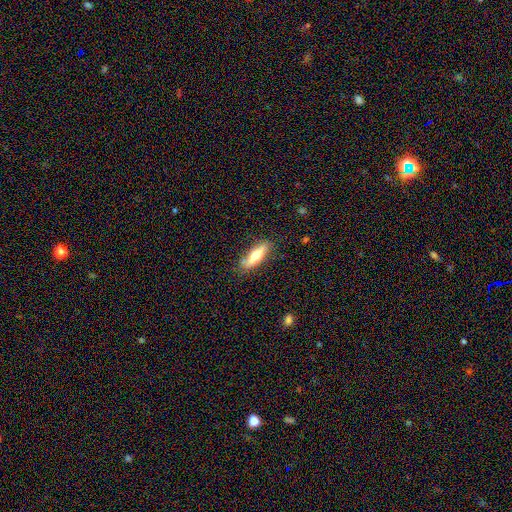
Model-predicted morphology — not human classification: A smooth galaxy with no disk features (59%) that is cigar-shaped (56%). Merging: none (79%).